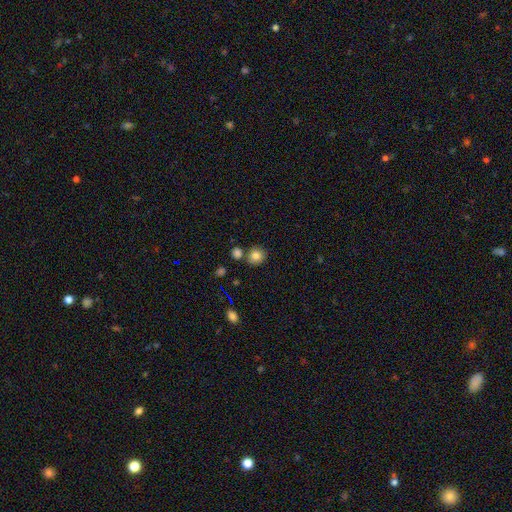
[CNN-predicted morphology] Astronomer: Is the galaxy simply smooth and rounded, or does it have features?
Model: smooth — 82%.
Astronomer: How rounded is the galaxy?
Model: round — 83%.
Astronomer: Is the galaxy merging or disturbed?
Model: none — 74%.